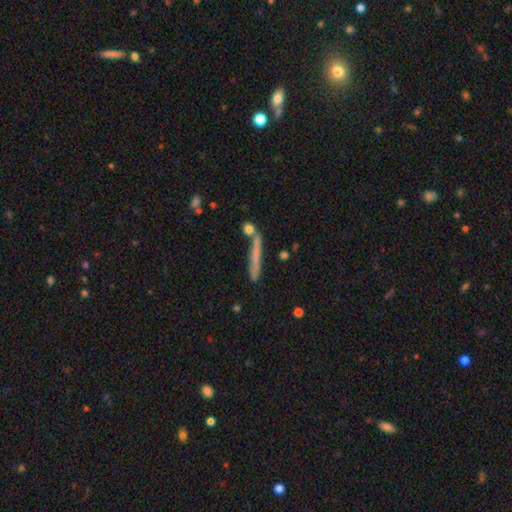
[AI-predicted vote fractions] smooth-or-featured: smooth: 57% | featured or disk: 34% | star or artifact: 9%
  how-rounded: cigar-shaped: 94% | in between: 3% | round: 2%
  merging: none: 75% | minor disturbance: 12% | merger: 9% | major disturbance: 4%